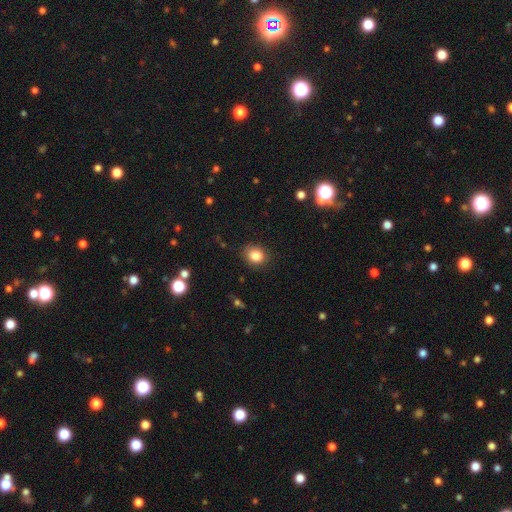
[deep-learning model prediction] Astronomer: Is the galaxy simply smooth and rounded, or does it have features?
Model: smooth — 84%.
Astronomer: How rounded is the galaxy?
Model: round — 67%.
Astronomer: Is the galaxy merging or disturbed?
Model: none — 85%.